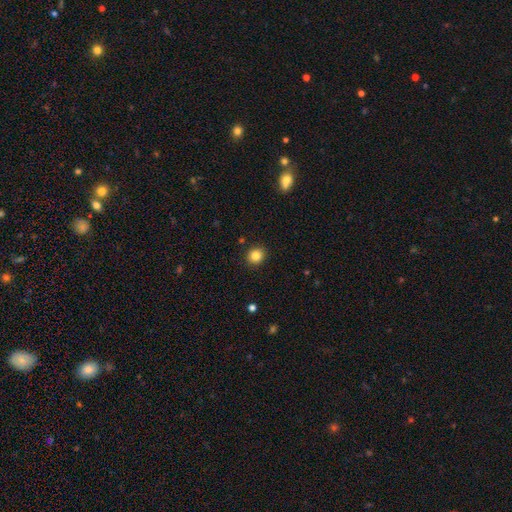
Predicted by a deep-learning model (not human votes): Overall: smooth (84%). How rounded: round (82%). Merging: none (90%).